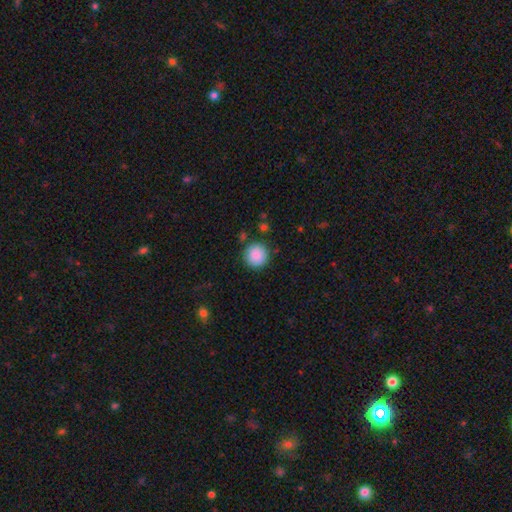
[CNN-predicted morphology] Smooth or featured? smooth (89%)
How rounded? round (95%)
Merging? none (88%)